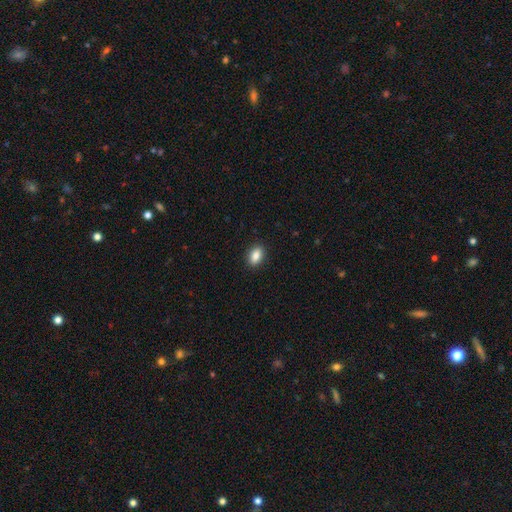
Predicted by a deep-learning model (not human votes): This is clearly a smooth galaxy (87%). How rounded: clearly in between (87%). Merging: clearly none (90%).